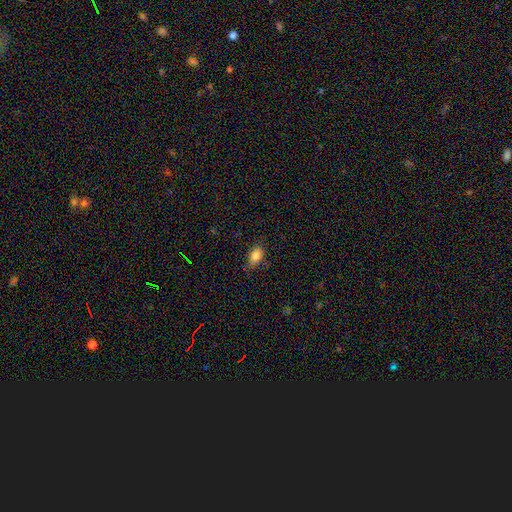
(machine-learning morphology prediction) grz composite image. It shows a smooth galaxy with no disk features (84%) that is in between round and cigar-shaped (85%). Merging: none (79%).